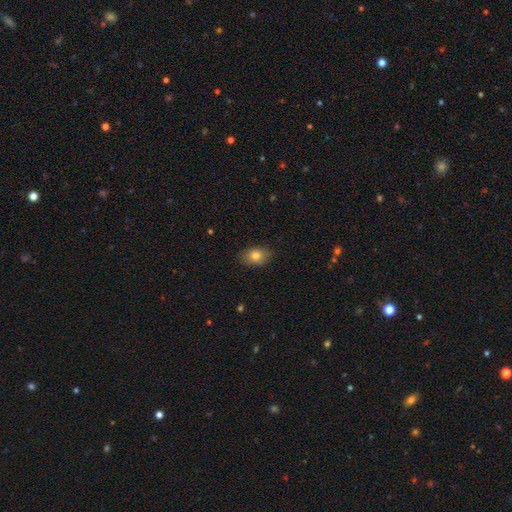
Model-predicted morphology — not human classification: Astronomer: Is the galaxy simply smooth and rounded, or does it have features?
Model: smooth — 80%.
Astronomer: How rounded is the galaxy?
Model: in between — 77%.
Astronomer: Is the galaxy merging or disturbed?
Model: none — 86%.